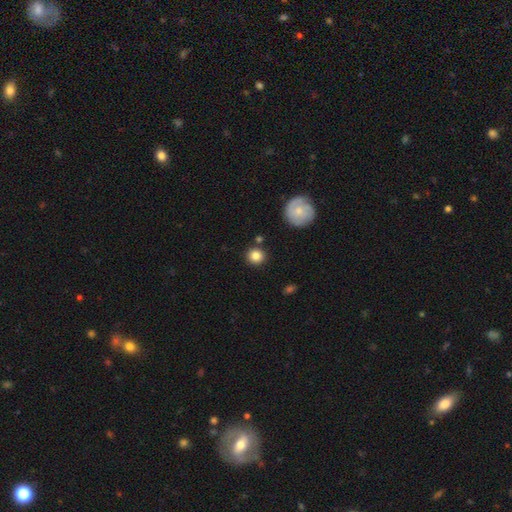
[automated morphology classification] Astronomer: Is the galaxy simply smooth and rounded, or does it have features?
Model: smooth — 84%.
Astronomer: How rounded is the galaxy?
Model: round — 93%.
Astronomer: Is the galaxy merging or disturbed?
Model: none — 86%.